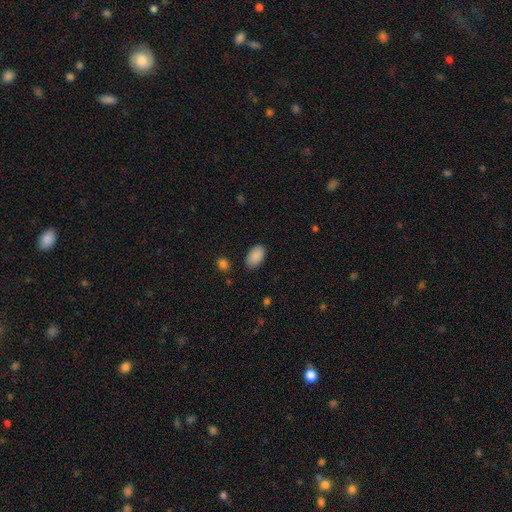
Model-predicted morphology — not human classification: smooth 90%, star or artifact 7%, featured or disk 3%. Down the decision tree: how rounded — in between (93%); merging — none (86%).